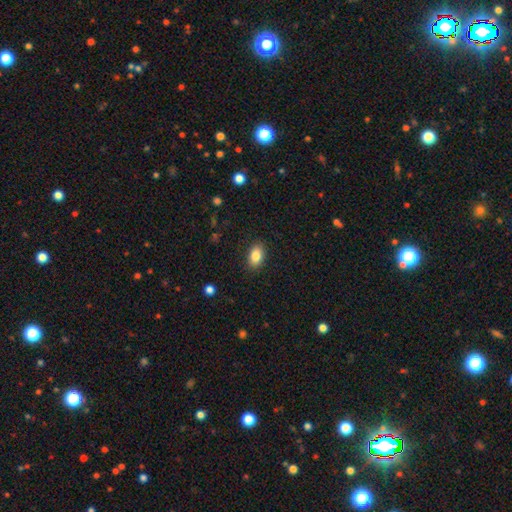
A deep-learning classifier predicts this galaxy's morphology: smooth-or-featured: smooth: 85% | star or artifact: 8% | featured or disk: 7%
  how-rounded: in between: 88% | round: 10% | cigar-shaped: 2%
  merging: none: 88% | minor disturbance: 9% | major disturbance: 2% | merger: 1%